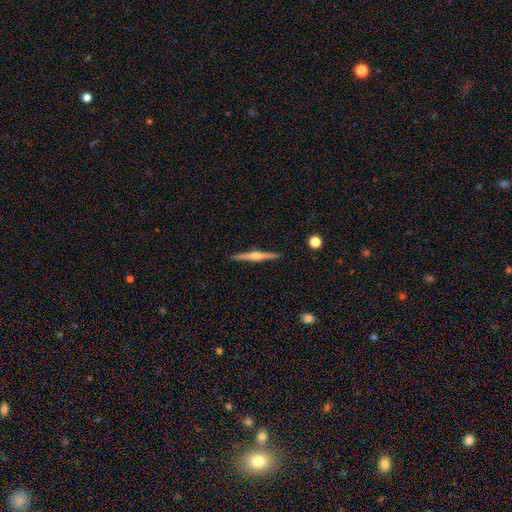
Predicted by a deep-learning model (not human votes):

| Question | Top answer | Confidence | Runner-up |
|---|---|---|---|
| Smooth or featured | featured or disk | 76% | smooth (19%) |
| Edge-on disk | yes | 98% | no (2%) |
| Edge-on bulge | rounded | 89% | none (6%) |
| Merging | none | 92% | minor disturbance (5%) |